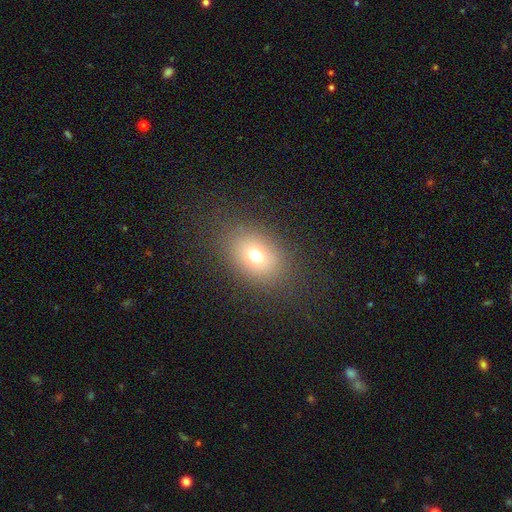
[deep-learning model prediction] Overall: smooth (71%). How rounded: in between (69%; round 30%). Merging: none (82%).